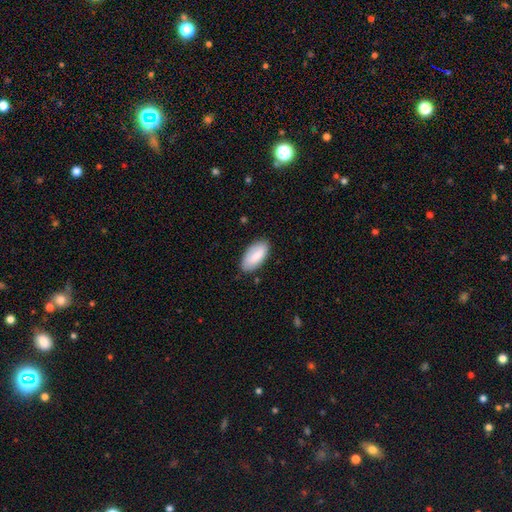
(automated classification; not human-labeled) A smooth galaxy with no disk features (85%) that is in between round and cigar-shaped (92%).

Vote fractions:
- Smooth or featured? smooth: 85% / featured or disk: 9% / star or artifact: 6%
- How rounded? in between: 92% / cigar-shaped: 6% / round: 2%
- Merging? none: 82% / minor disturbance: 14% / major disturbance: 2% / merger: 1%